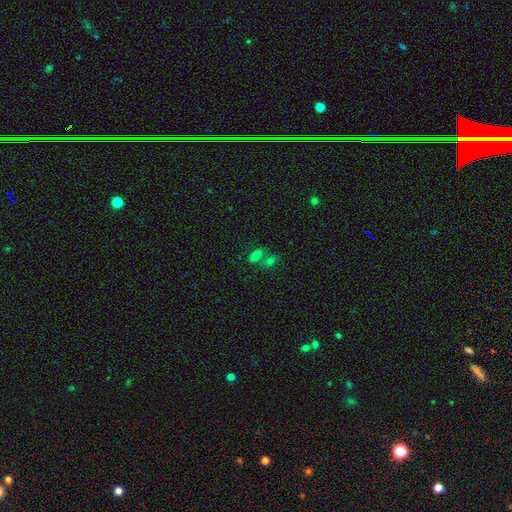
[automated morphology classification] The model was most divided on "merging": merger: 45%, none: 40%, minor disturbance: 10%, major disturbance: 5%. More confident: how rounded — in between (80%); smooth or featured — smooth (70%).